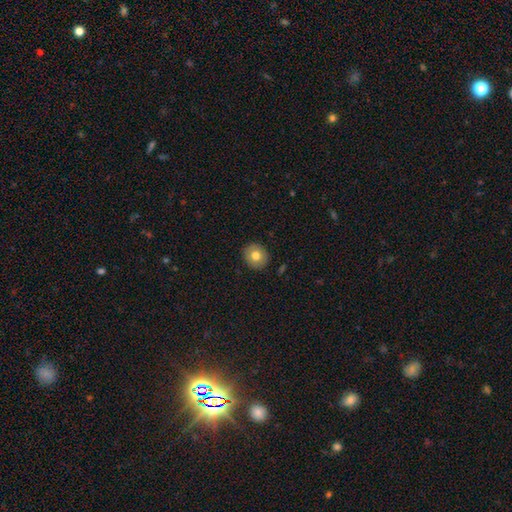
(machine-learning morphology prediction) smooth_or_featured: smooth (p=0.74) [alt: featured or disk p=0.18]
how_rounded: round (p=0.78) [alt: in between p=0.21]
merging: none (p=0.90) [alt: minor disturbance p=0.07]